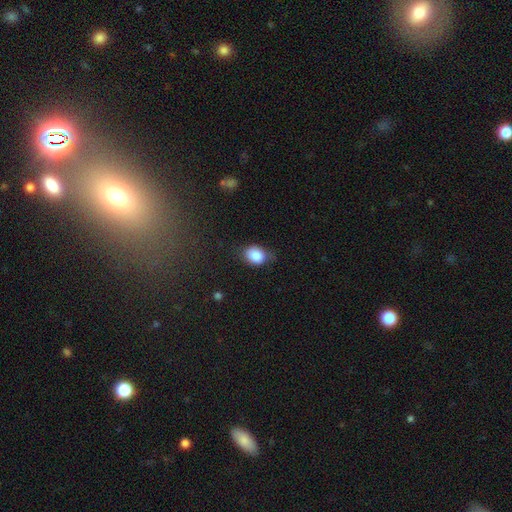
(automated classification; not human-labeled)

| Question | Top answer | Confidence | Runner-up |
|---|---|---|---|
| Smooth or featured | smooth | 84% | star or artifact (8%) |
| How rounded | in between | 59% | round (40%) |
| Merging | none | 59% | minor disturbance (31%) |